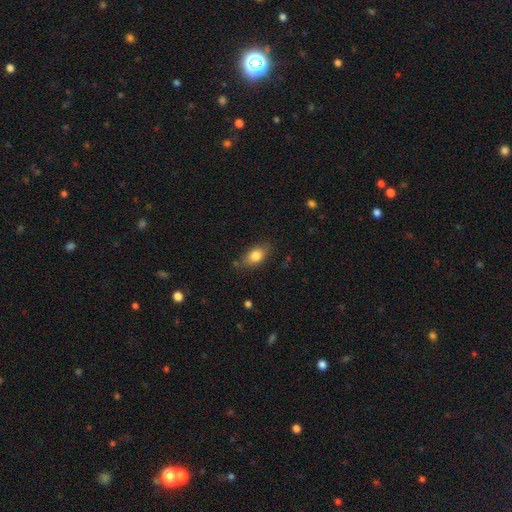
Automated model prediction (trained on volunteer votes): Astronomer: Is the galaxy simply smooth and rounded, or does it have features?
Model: smooth — 80%.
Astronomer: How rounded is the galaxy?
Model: in between — 87%.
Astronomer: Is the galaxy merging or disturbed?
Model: none — 79%.